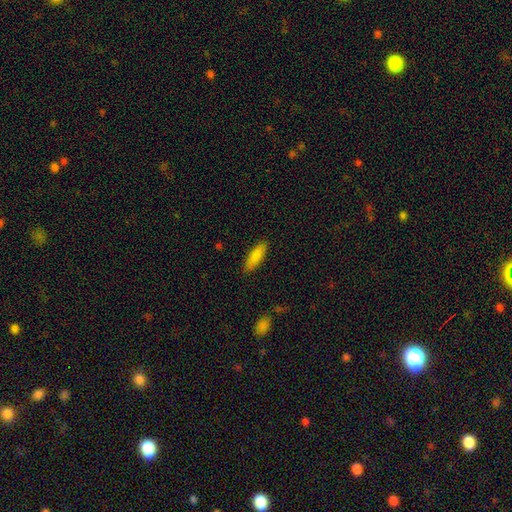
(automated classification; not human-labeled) Overall: smooth (86%). How rounded: cigar-shaped (50%; in between 48%). Merging: none (88%).